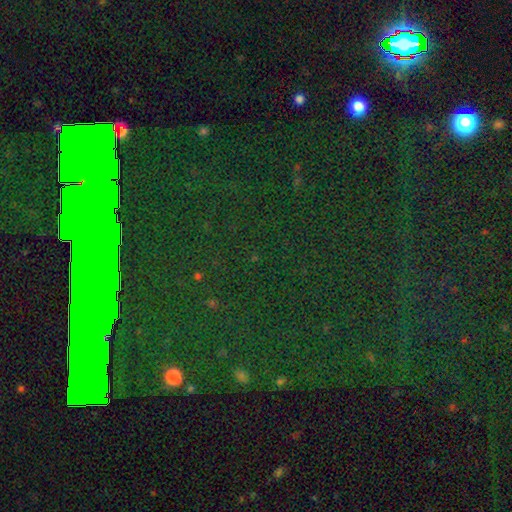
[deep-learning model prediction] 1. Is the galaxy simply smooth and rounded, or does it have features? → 76% star or artifact, 12% smooth, 12% featured or disk.